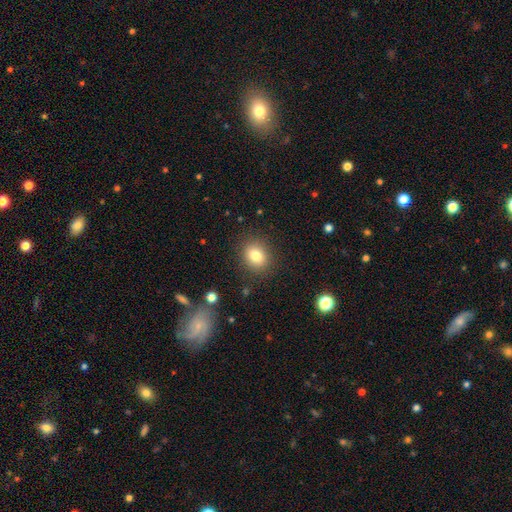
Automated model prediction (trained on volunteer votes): This appears to be a smooth galaxy with no disk features (82%) that is round (50%). Merging: none (87%).